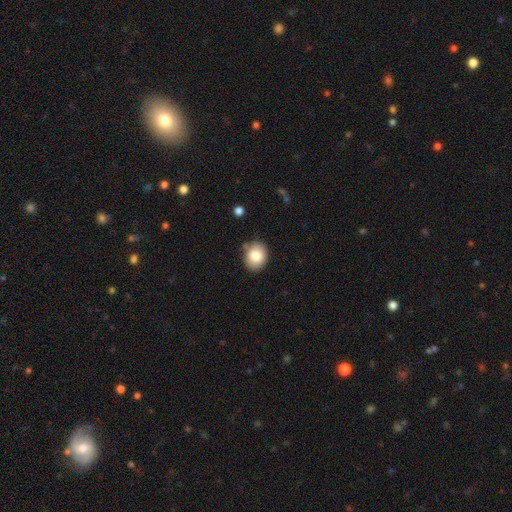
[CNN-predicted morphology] Smooth or featured? Predicted: smooth (p=0.84). How rounded? Predicted: round (p=0.53). Merging? Predicted: none (p=0.82).